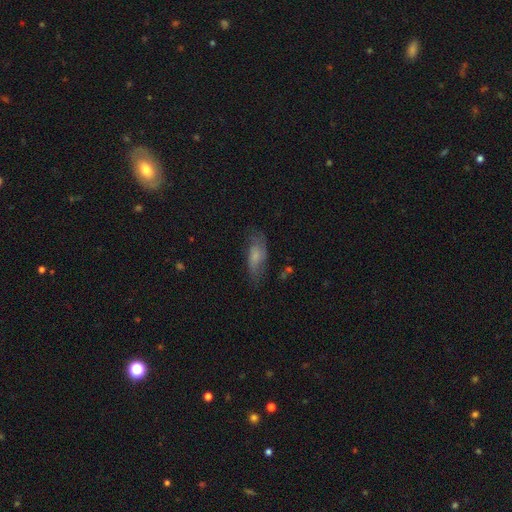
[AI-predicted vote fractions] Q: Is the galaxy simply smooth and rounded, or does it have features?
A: smooth — 49%.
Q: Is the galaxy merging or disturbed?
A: none — 59%.